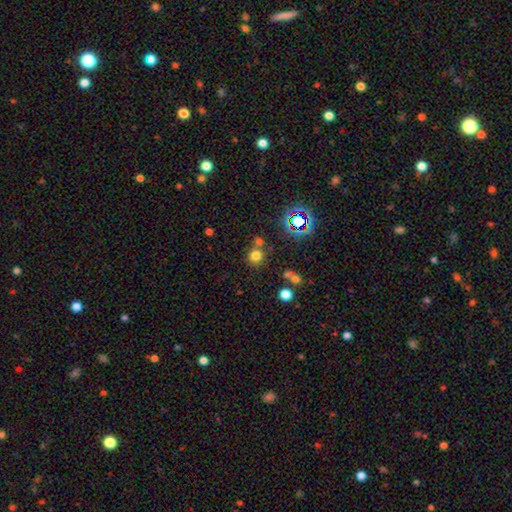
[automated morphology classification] Smooth or featured? smooth (72%)
How rounded? round (89%)
Merging? none (71%)